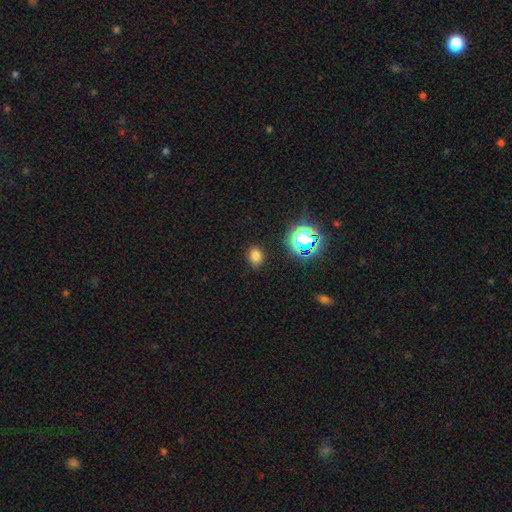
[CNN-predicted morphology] smooth_or_featured: smooth (p=0.74) [alt: star or artifact p=0.20]
how_rounded: round (p=0.61) [alt: in between p=0.38]
merging: none (p=0.81) [alt: minor disturbance p=0.14]